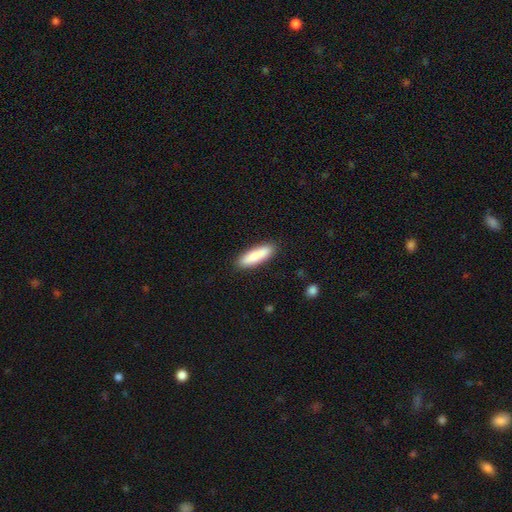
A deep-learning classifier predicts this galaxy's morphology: type=smooth (85%); roundness=cigar-shaped (59%); merging=none (88%).